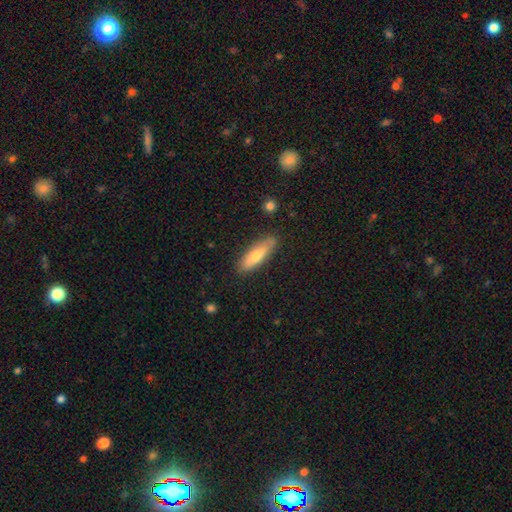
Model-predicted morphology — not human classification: The model was most divided on "how rounded": cigar-shaped: 62%, in between: 36%, round: 2%. More confident: merging — none (85%); smooth or featured — smooth (65%).